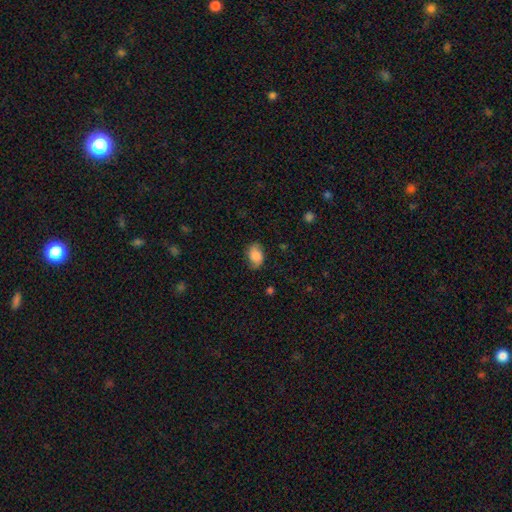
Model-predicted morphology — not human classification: This is likely a smooth galaxy (75%). How rounded: clearly in between (81%). Merging: likely none (72%).